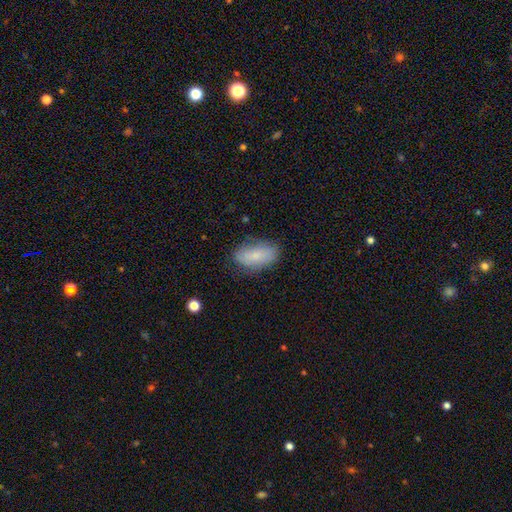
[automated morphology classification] Smooth or featured? smooth (76%)
How rounded? in between (92%)
Merging? none (75%)